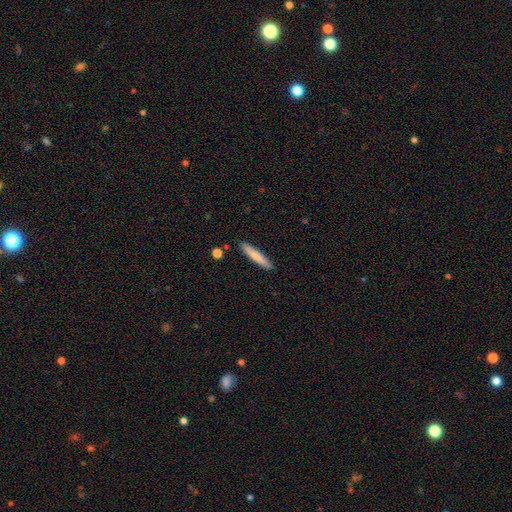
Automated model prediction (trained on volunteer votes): This appears to be a smooth galaxy with no disk features (78%) that is cigar-shaped (93%). Merging: none (89%).